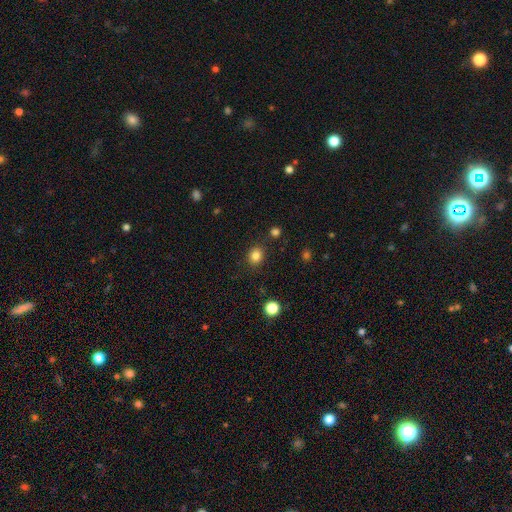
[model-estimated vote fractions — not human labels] A smooth galaxy with no disk features (83%) that is round (72%). Merging: none (86%).